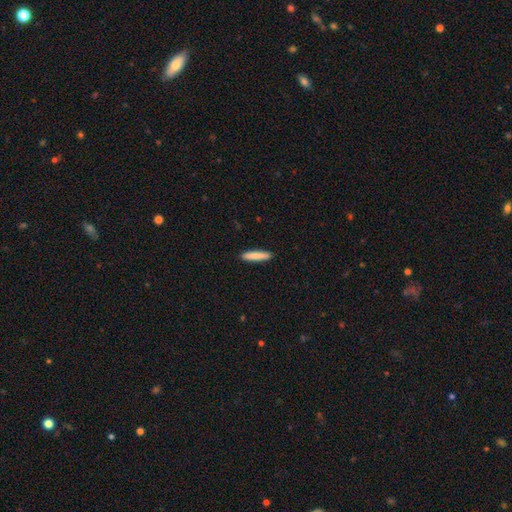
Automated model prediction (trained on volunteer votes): smooth-or-featured: smooth: 85% | featured or disk: 9% | star or artifact: 6%
  how-rounded: cigar-shaped: 90% | in between: 9% | round: 1%
  merging: none: 92% | minor disturbance: 6% | major disturbance: 1% | merger: 1%